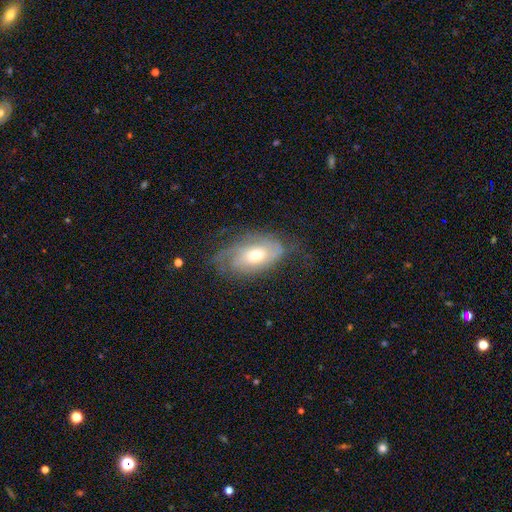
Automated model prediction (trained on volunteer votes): Smooth or featured? featured or disk (59%)
Edge-on disk? no (91%)
Bar? no (73%)
Spiral arms? yes (75%)
Bulge size? moderate (63%)
Merging? none (55%)